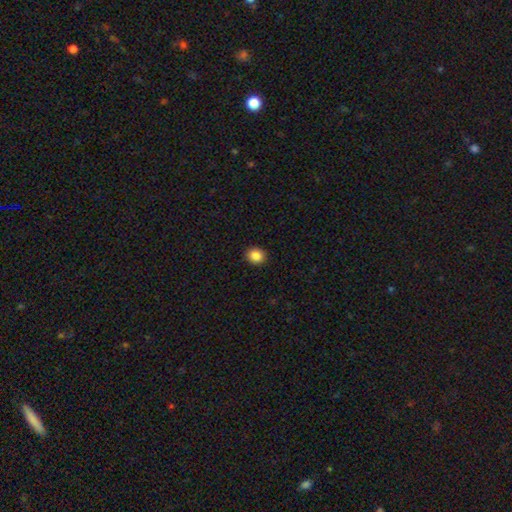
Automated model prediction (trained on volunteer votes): Q: Smooth or featured?
A: smooth (86%); runner-up: star or artifact (10%)
Q: How rounded?
A: round (74%); runner-up: in between (25%)
Q: Merging?
A: none (91%); runner-up: minor disturbance (6%)